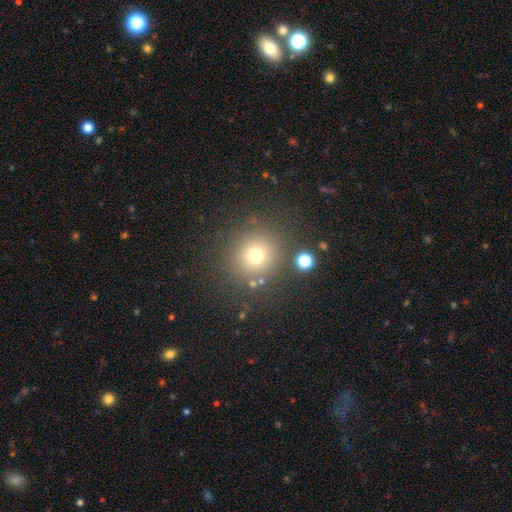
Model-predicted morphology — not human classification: smooth 71%, star or artifact 19%, featured or disk 11%. Down the decision tree: how rounded — round (90%); merging — none (83%).